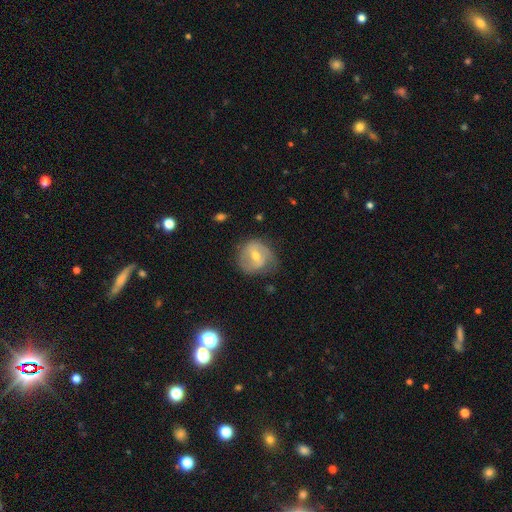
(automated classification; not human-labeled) Smooth or featured: featured or disk — 54% (smooth — 39%)
Edge-on disk: no — 96% (yes — 4%)
Bar: weak — 50% (no — 31%)
Spiral arms: yes — 65% (no — 35%)
Bulge size: moderate — 65% (small — 30%)
Merging: none — 59% (minor disturbance — 28%)